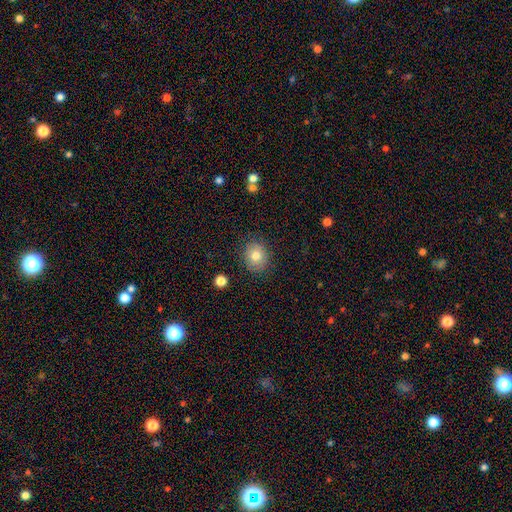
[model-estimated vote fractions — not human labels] The model was most divided on "how rounded": round: 71%, in between: 28%, cigar-shaped: 1%. More confident: merging — none (86%); smooth or featured — smooth (78%).